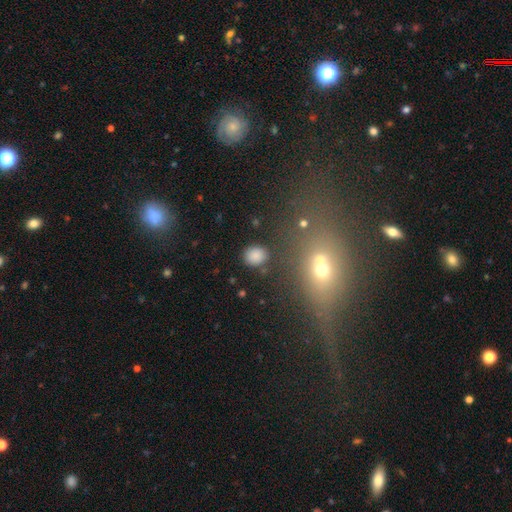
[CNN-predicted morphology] The model was most divided on "how rounded": round: 64%, in between: 35%, cigar-shaped: 1%. More confident: merging — none (83%); smooth or featured — smooth (83%).